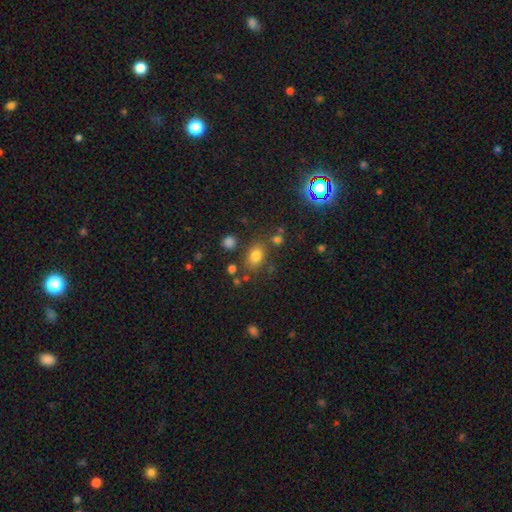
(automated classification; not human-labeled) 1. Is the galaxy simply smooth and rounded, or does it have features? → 77% smooth, 15% star or artifact, 8% featured or disk.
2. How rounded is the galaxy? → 64% in between, 34% round, 1% cigar-shaped.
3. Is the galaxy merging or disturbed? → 73% none, 14% minor disturbance, 8% merger, 5% major disturbance.